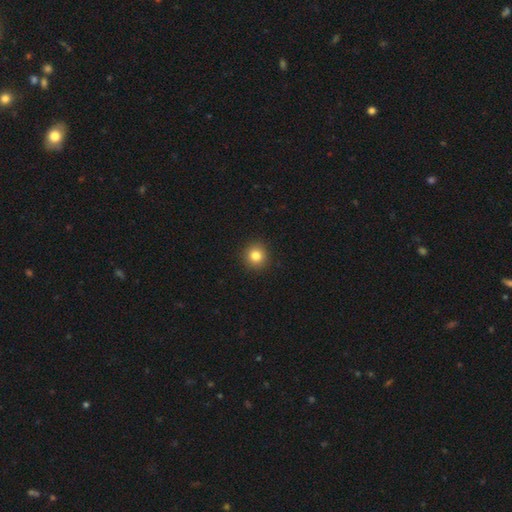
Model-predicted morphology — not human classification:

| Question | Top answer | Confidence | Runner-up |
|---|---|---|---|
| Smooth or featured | smooth | 82% | star or artifact (12%) |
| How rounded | round | 93% | in between (6%) |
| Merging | none | 93% | minor disturbance (5%) |